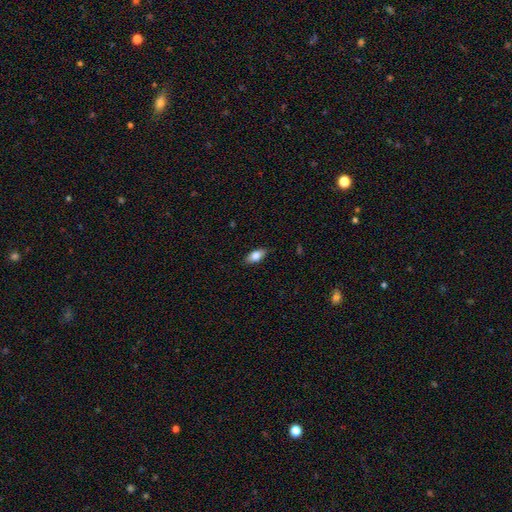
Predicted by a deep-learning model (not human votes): Smooth or featured? Predicted: smooth (p=0.79). How rounded? Predicted: in between (p=0.88). Merging? Predicted: none (p=0.87).